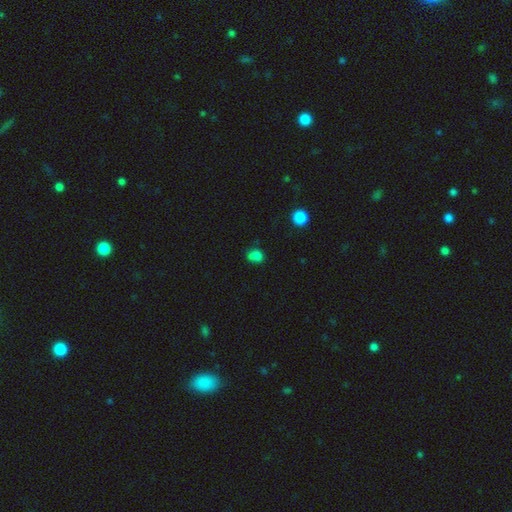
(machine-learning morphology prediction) Overall: smooth (76%). How rounded: round (61%; in between 38%). Merging: none (58%; minor disturbance 24%).